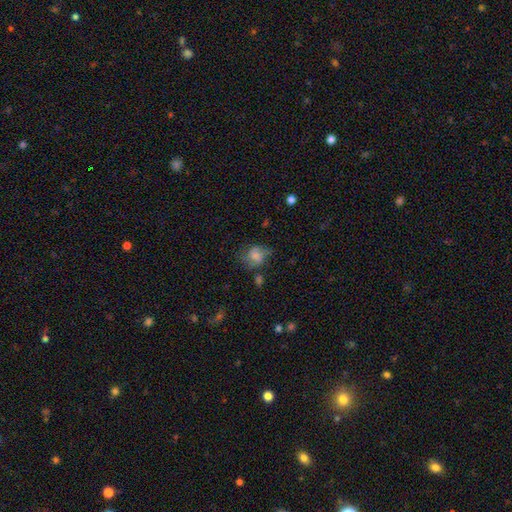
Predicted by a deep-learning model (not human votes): Smooth or featured? Predicted: smooth (p=0.65). How rounded? Predicted: round (p=0.60). Merging? Predicted: none (p=0.51).